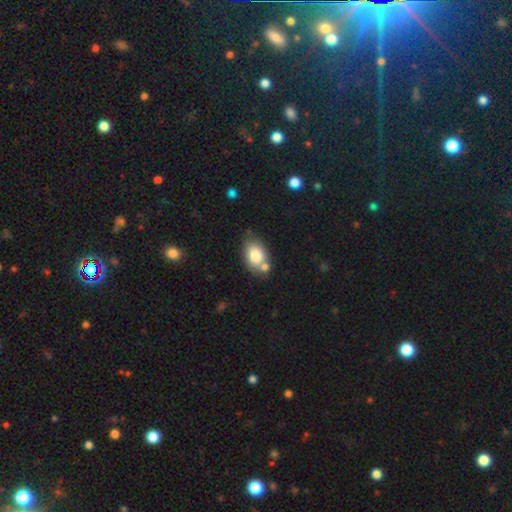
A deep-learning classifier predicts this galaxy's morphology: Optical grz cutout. It shows a smooth galaxy with no disk features (81%) that is in between round and cigar-shaped (84%). Merging: none (58%).